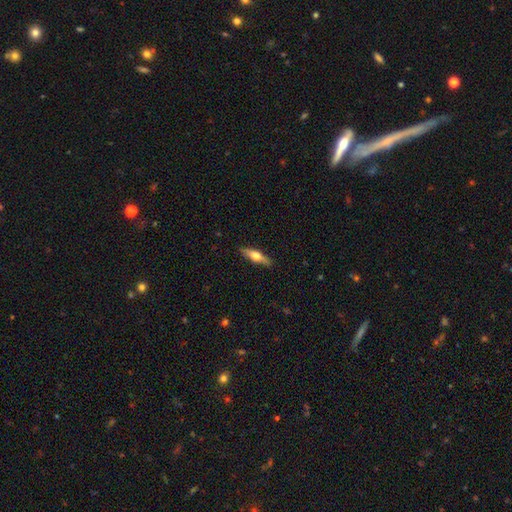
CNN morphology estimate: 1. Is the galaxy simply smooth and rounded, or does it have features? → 55% featured or disk, 39% smooth, 6% star or artifact.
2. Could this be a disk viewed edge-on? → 93% yes, 7% no.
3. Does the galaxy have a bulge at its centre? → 95% rounded, 3% boxy, 2% none.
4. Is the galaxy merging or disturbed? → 89% none, 8% minor disturbance, 2% major disturbance, 1% merger.